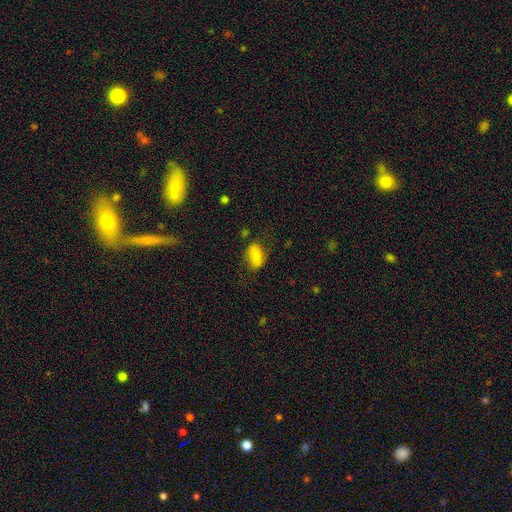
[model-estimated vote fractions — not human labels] smooth 80%, featured or disk 12%, star or artifact 8%. Down the decision tree: how rounded — in between (89%); merging — none (64%).